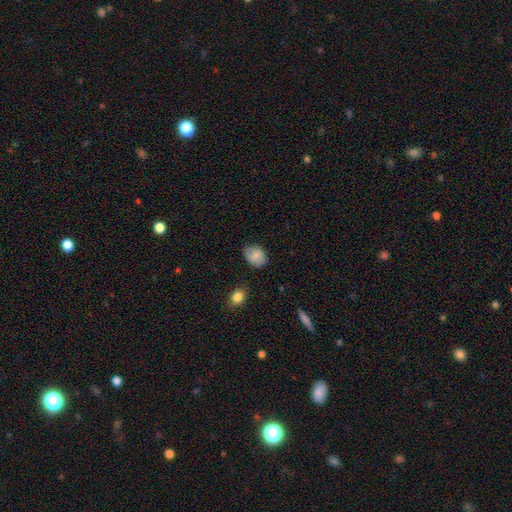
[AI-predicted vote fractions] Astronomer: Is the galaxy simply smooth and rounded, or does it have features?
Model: smooth — 73%.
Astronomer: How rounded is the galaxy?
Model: in between — 59% (runner-up: round, 40%).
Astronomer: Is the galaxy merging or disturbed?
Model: none — 71%.